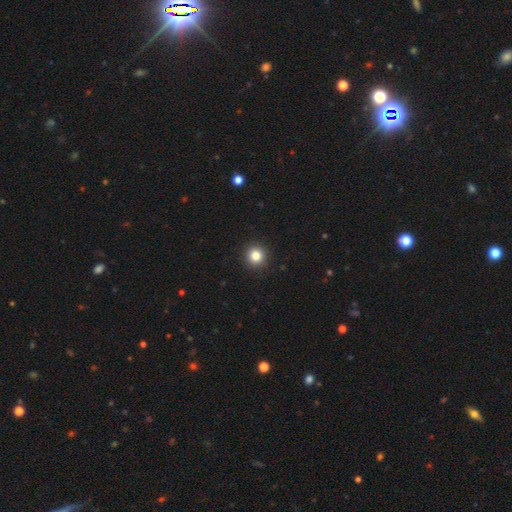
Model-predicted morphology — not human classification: smooth 83%, star or artifact 12%, featured or disk 5%. Down the decision tree: how rounded — round (94%); merging — none (93%).